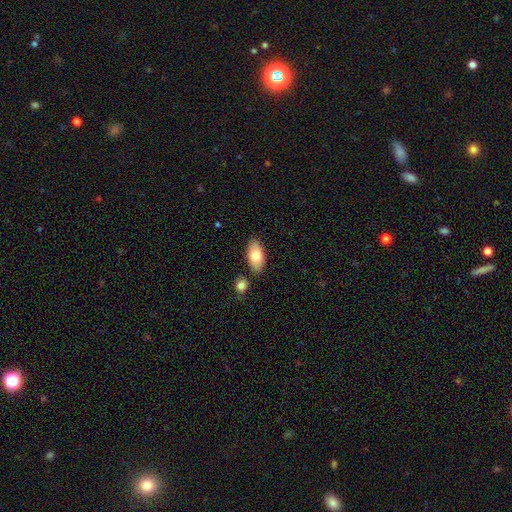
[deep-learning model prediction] Overall: smooth (76%). How rounded: in between (92%). Merging: none (82%).